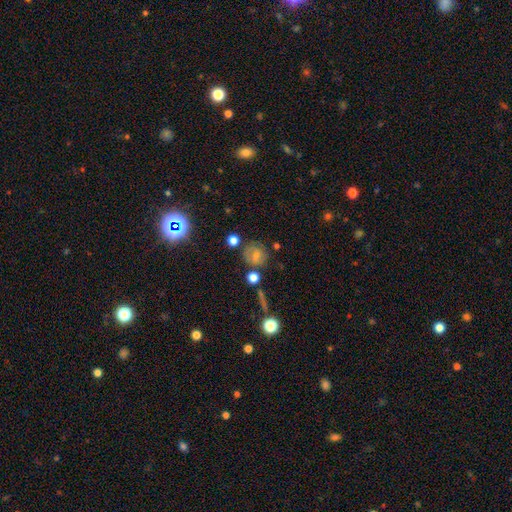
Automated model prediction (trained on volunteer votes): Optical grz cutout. It shows a smooth galaxy with no disk features (62%) that is round (78%). Merging: none (63%).